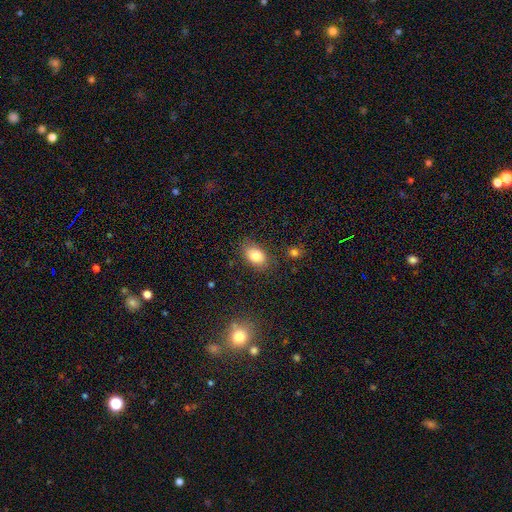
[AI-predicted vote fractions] A smooth galaxy with no disk features (82%) that is in between round and cigar-shaped (84%). Merging: none (82%).